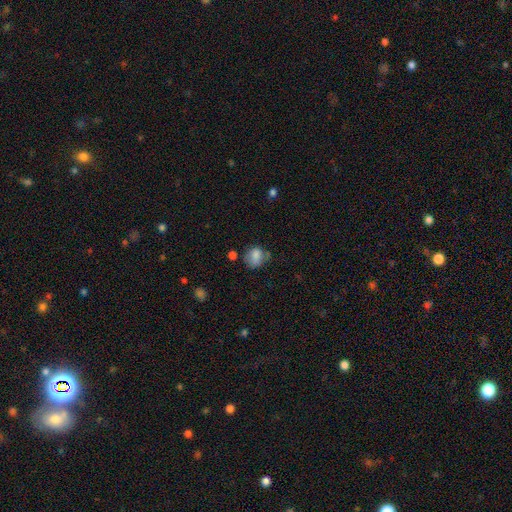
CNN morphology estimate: Smooth or featured? smooth (79%)
How rounded? round (57%)
Merging? none (49%)